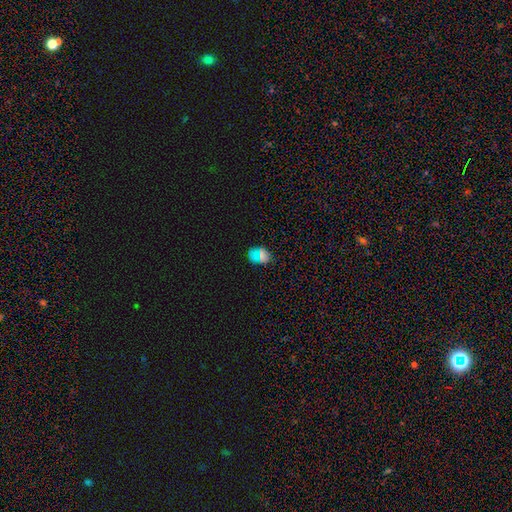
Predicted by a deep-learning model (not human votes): The model was most divided on "how rounded": in between: 58%, round: 39%, cigar-shaped: 2%. More confident: merging — none (84%); smooth or featured — smooth (63%).